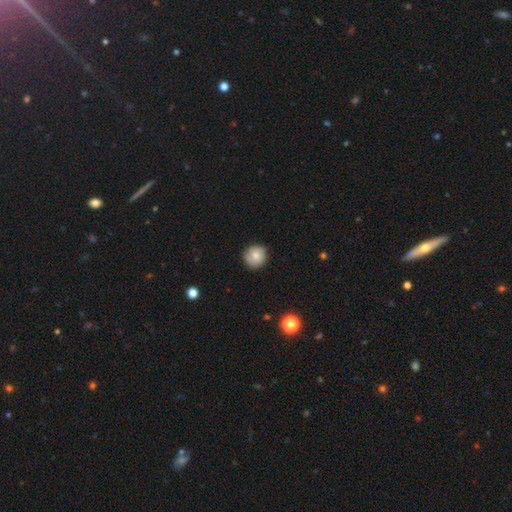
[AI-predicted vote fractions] Overall: smooth (78%). How rounded: round (91%). Merging: none (83%).